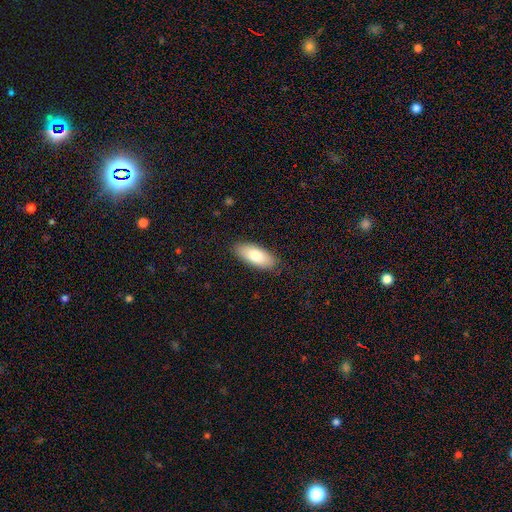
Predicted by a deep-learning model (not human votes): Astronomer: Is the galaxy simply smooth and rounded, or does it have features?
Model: smooth — 81%.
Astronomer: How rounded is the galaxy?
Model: in between — 83%.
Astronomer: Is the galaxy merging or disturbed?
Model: none — 87%.